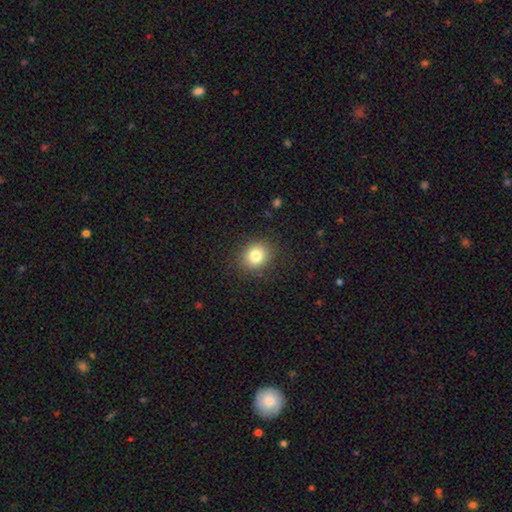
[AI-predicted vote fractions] Smooth or featured? smooth (81%)
How rounded? round (74%)
Merging? none (87%)